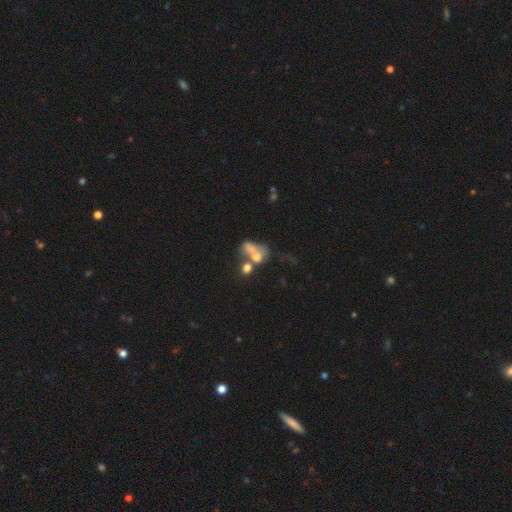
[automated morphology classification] Smooth or featured? smooth (56%)
How rounded? in between (50%)
Merging? merger (59%)